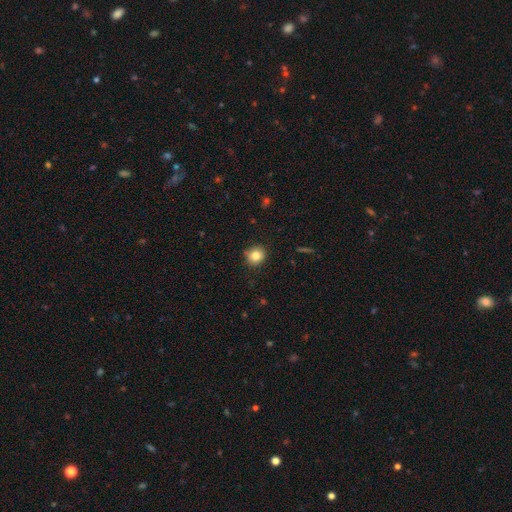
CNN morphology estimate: Smooth or featured: smooth — 83% (star or artifact — 11%)
How rounded: round — 88% (in between — 11%)
Merging: none — 86% (minor disturbance — 10%)